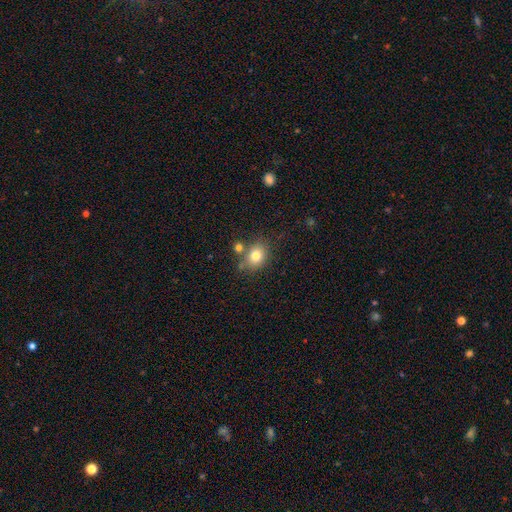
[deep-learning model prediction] smooth 78%, star or artifact 12%, featured or disk 10%. Down the decision tree: how rounded — round (61%); merging — none (68%).